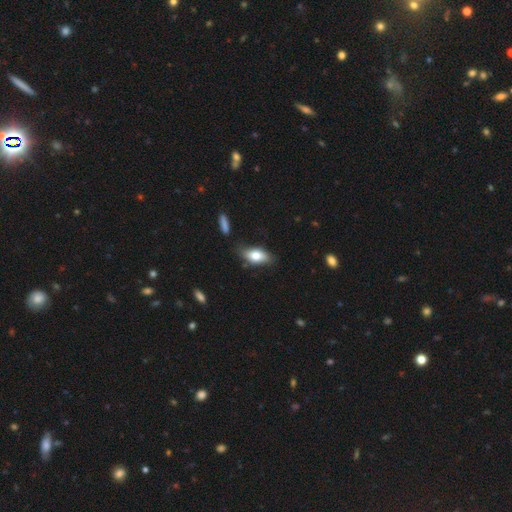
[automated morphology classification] Q: Smooth or featured?
A: smooth (71%); runner-up: featured or disk (22%)
Q: How rounded?
A: in between (84%); runner-up: cigar-shaped (11%)
Q: Merging?
A: none (70%); runner-up: minor disturbance (21%)